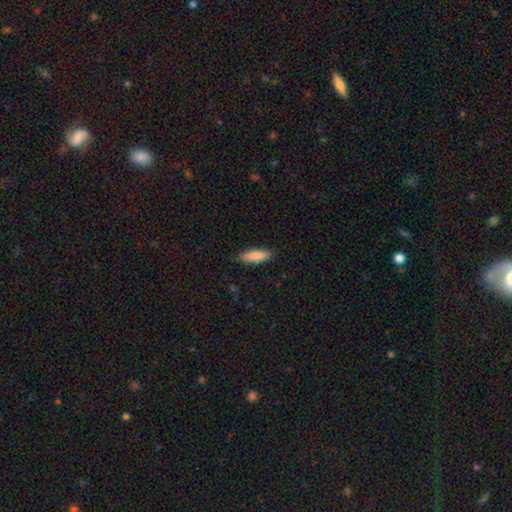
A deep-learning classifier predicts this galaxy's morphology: Smooth or featured?
  - smooth: 87% *
  - featured or disk: 7%
  - star or artifact: 6%
How rounded?
  - in between: 51% *
  - cigar-shaped: 48%
  - round: 2%
Merging?
  - none: 85% *
  - minor disturbance: 12%
  - major disturbance: 2%
  - merger: 1%